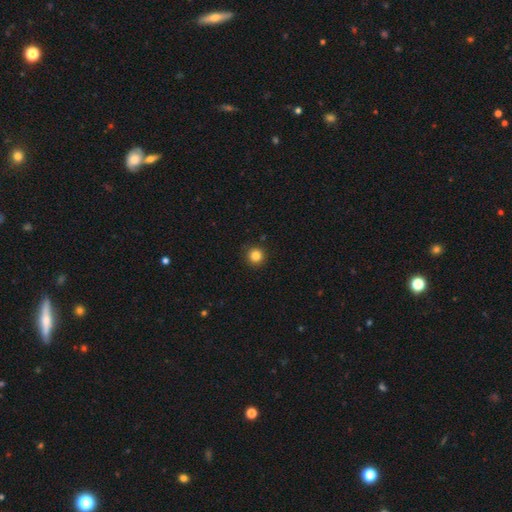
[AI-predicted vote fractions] Smooth or featured? smooth (84%)
How rounded? round (95%)
Merging? none (91%)